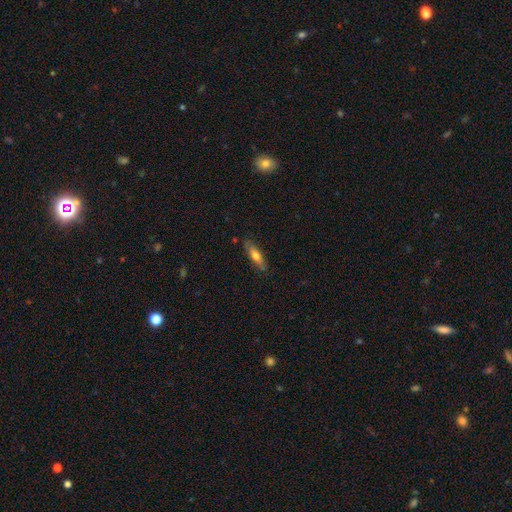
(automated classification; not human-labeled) Smooth or featured?
  - smooth: 60% *
  - featured or disk: 34%
  - star or artifact: 6%
How rounded?
  - cigar-shaped: 58% *
  - in between: 40%
  - round: 2%
Merging?
  - none: 81% *
  - minor disturbance: 15%
  - major disturbance: 3%
  - merger: 2%